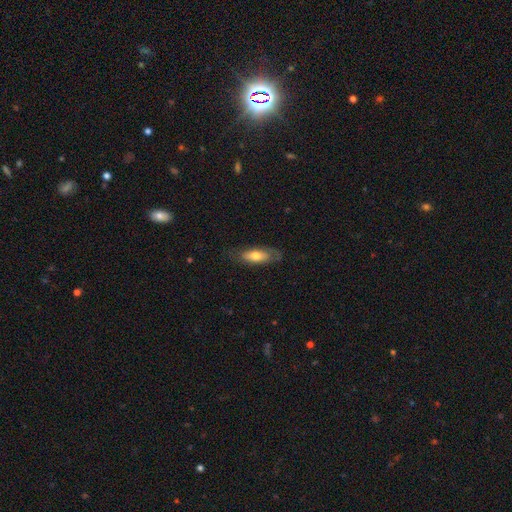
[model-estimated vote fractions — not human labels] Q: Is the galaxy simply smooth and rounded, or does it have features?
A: smooth — 63%.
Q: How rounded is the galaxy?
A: in between — 69%.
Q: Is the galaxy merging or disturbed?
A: none — 69%.